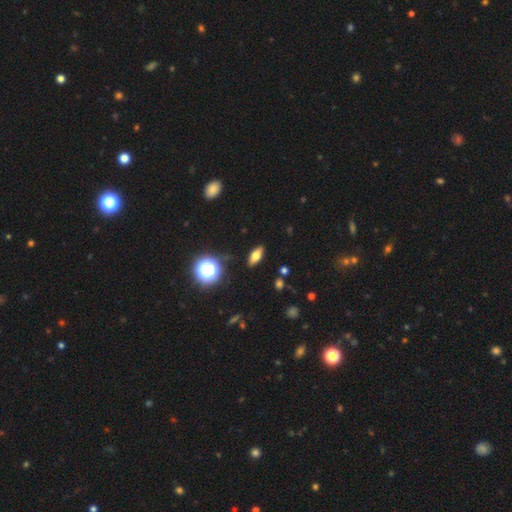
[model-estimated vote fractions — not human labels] Q: Smooth or featured?
A: smooth (66%); runner-up: featured or disk (20%)
Q: How rounded?
A: in between (74%); runner-up: cigar-shaped (18%)
Q: Merging?
A: none (86%); runner-up: minor disturbance (10%)